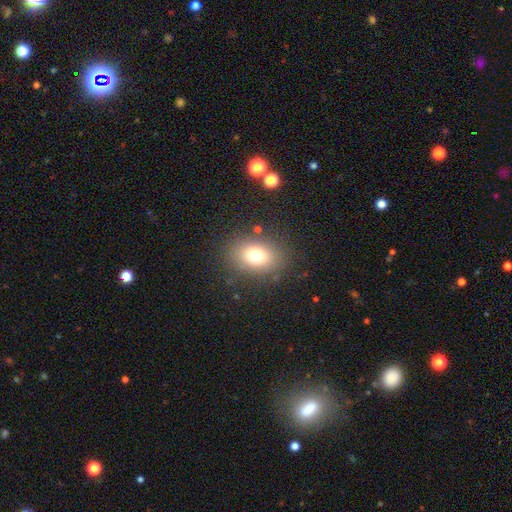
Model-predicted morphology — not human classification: This appears to be a smooth galaxy with no disk features (73%) that is in between round and cigar-shaped (62%). Merging: none (81%).